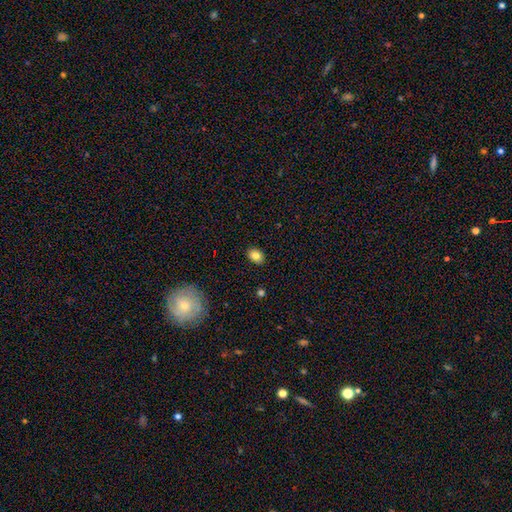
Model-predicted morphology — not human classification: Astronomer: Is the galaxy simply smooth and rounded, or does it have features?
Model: smooth — 81%.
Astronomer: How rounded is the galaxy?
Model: in between — 71%.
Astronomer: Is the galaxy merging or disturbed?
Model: none — 88%.